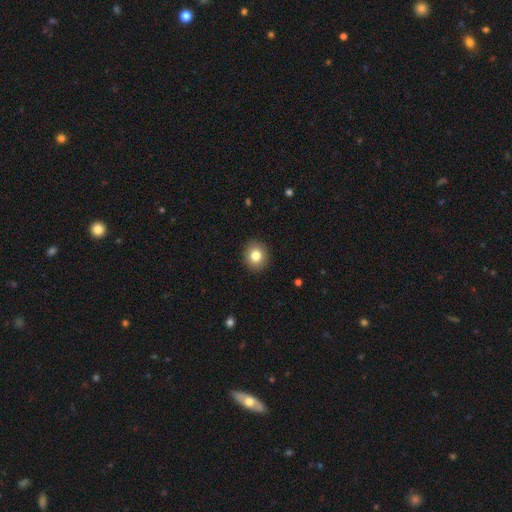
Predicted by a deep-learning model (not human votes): A smooth galaxy with no disk features (81%) that is round (81%).

Vote fractions:
- Smooth or featured? smooth: 81% / star or artifact: 10% / featured or disk: 9%
- How rounded? round: 81% / in between: 18% / cigar-shaped: 1%
- Merging? none: 92% / minor disturbance: 6% / major disturbance: 2% / merger: 1%